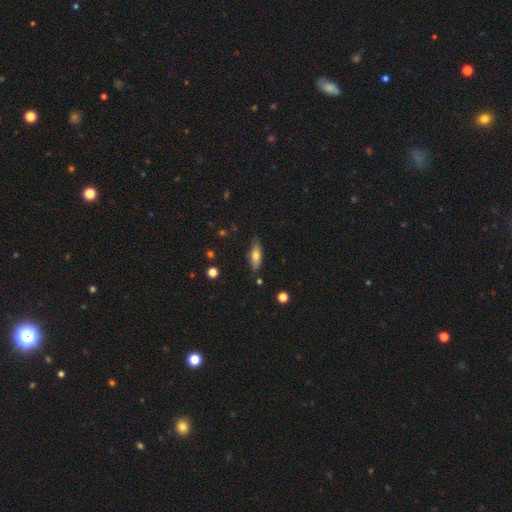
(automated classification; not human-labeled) Smooth or featured: smooth — 69% (featured or disk — 24%)
How rounded: in between — 60% (cigar-shaped — 38%)
Merging: none — 83% (minor disturbance — 13%)